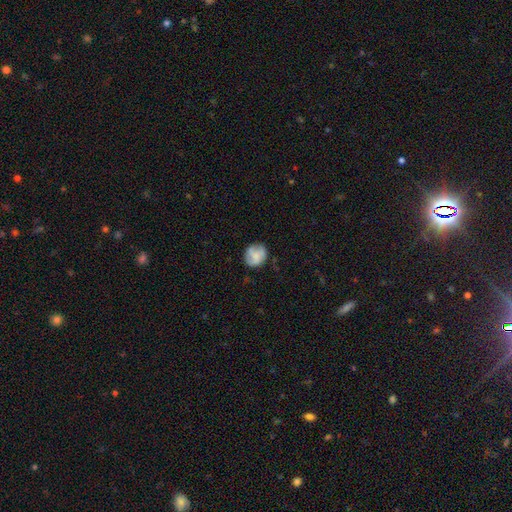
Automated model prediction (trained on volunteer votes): The model was most divided on "smooth or featured": smooth: 57%, featured or disk: 35%, star or artifact: 8%. More confident: how rounded — round (73%); merging — none (71%).